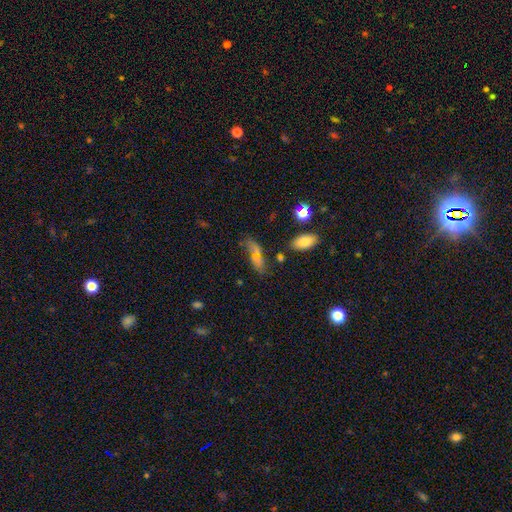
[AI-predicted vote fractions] Smooth or featured?
  - smooth: 64% *
  - featured or disk: 19%
  - star or artifact: 17%
How rounded?
  - in between: 54% *
  - cigar-shaped: 39%
  - round: 7%
Merging?
  - none: 52% *
  - merger: 20%
  - minor disturbance: 18%
  - major disturbance: 10%